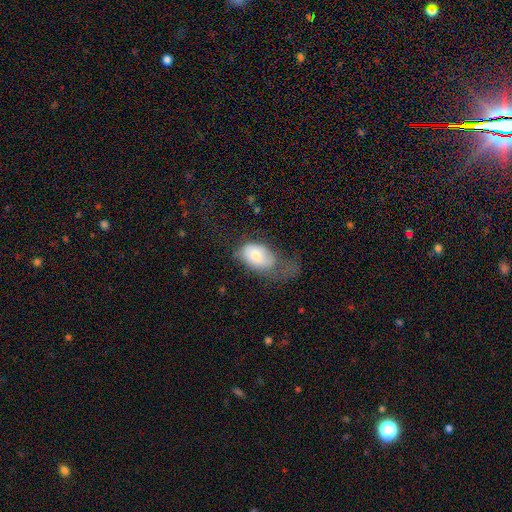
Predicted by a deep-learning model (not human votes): This is likely a smooth galaxy (64%). How rounded: clearly in between (86%). Merging: possibly major disturbance (48%).